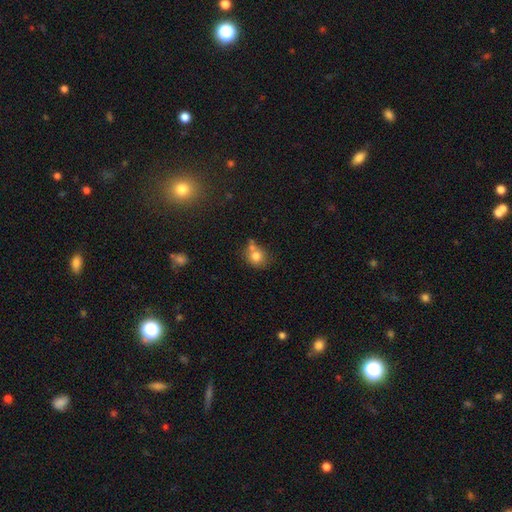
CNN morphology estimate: smooth_or_featured: smooth (p=0.78) [alt: star or artifact p=0.11]
how_rounded: round (p=0.78) [alt: in between p=0.21]
merging: none (p=0.53) [alt: merger p=0.28]